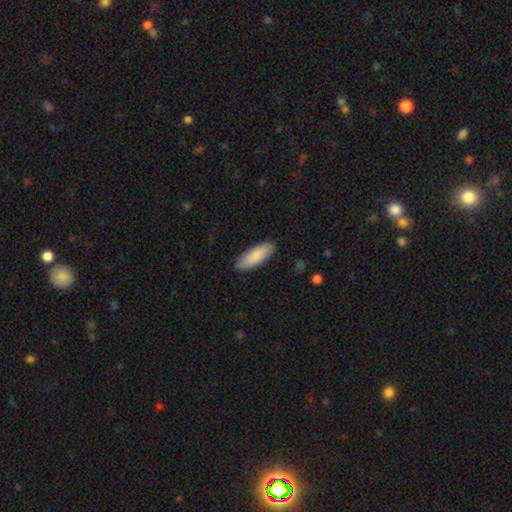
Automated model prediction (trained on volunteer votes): Overall: smooth (87%). How rounded: in between (62%; cigar-shaped 36%). Merging: none (88%).